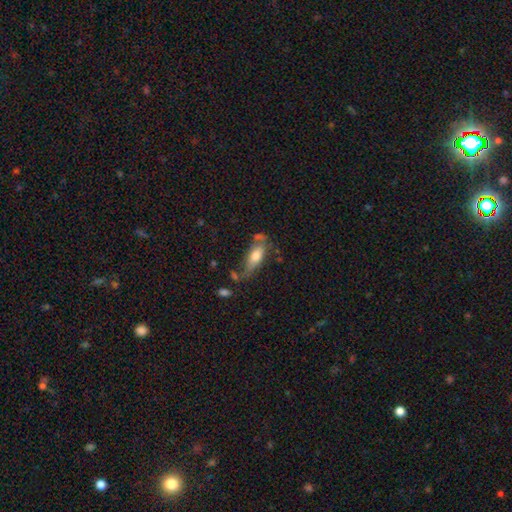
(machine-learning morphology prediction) A smooth galaxy with no disk features (67%) that is in between round and cigar-shaped (72%). Merging: none (52%).